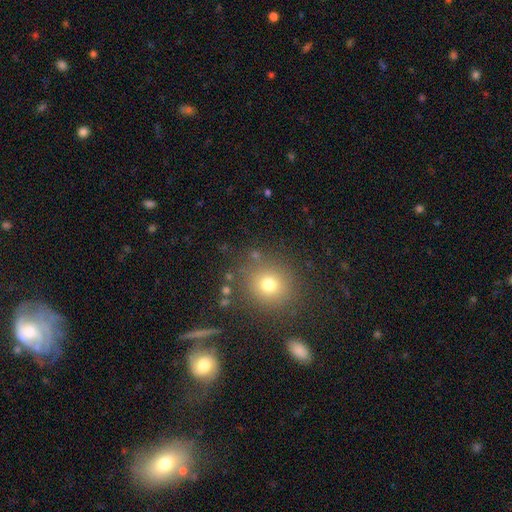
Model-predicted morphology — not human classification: A smooth galaxy with no disk features (45%).

Vote fractions:
- Smooth or featured? smooth: 45% / star or artifact: 36% / featured or disk: 19%
- Merging? none: 77% / minor disturbance: 11% / merger: 6% / major disturbance: 6%